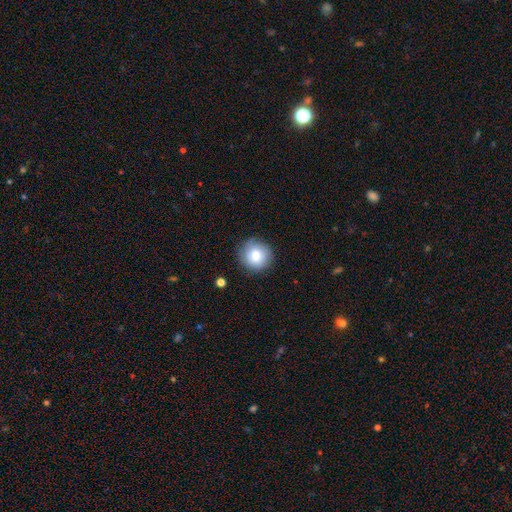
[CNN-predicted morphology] type=smooth (79%); roundness=round (92%); merging=none (85%).